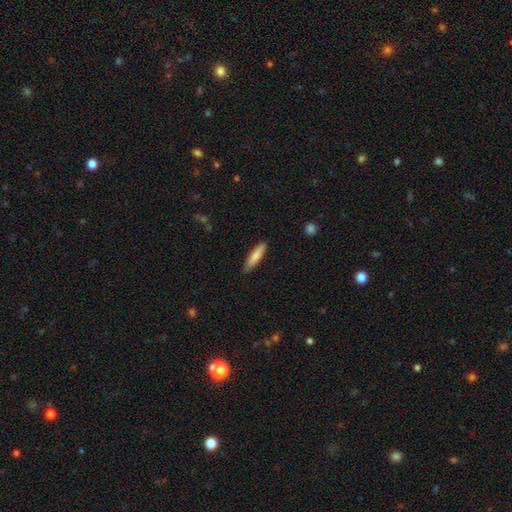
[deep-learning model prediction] Q: Smooth or featured?
A: smooth (80%); runner-up: featured or disk (15%)
Q: How rounded?
A: cigar-shaped (76%); runner-up: in between (23%)
Q: Merging?
A: none (86%); runner-up: minor disturbance (11%)